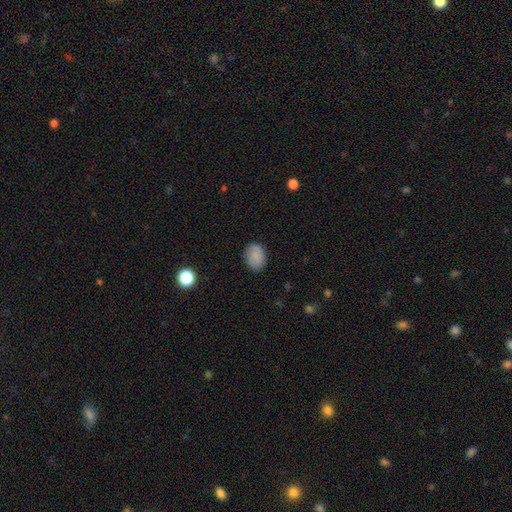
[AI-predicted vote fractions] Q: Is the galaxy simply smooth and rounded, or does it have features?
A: smooth — 86%.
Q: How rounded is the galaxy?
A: in between — 74%.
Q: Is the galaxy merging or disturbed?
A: none — 84%.